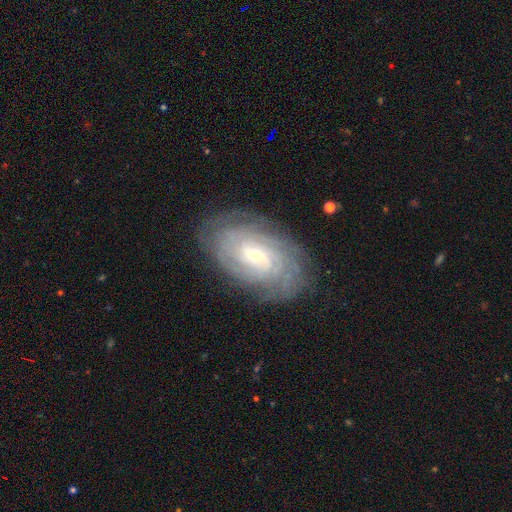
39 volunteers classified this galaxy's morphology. Smooth or featured? 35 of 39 (90%) said featured or disk. Edge-on disk? 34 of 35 (97%) said no. Bar? 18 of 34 (53%) said no. Spiral arms? 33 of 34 (97%) said yes. Spiral winding? 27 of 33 (82%) said tight. Spiral arm count? 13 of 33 (39%) said more than 4. Bulge size? 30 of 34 (88%) said small. Merging? 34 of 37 (92%) said none.